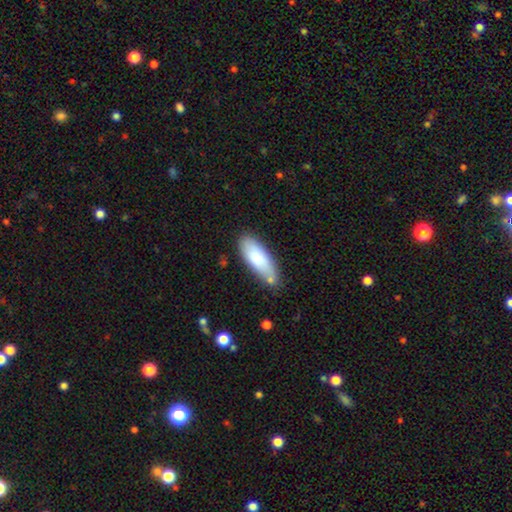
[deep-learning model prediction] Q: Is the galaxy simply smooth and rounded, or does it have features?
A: smooth — 81%.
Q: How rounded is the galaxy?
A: in between — 65%.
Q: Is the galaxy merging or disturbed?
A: none — 72%.